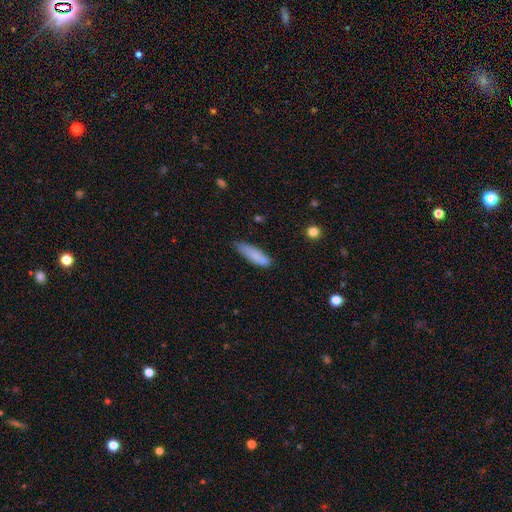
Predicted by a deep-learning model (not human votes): Overall: smooth (83%). How rounded: cigar-shaped (61%; in between 37%). Merging: none (68%).